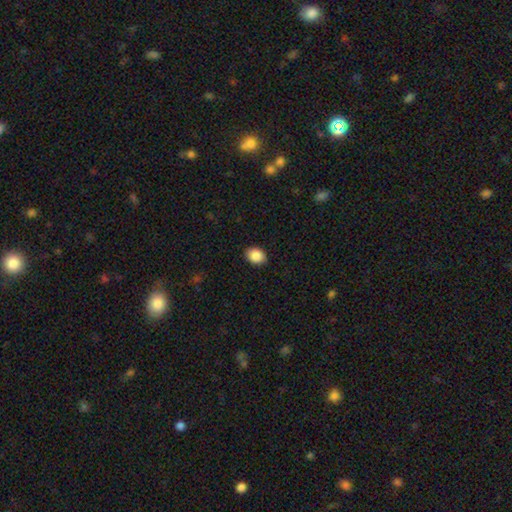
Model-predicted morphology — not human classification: smooth-or-featured: smooth: 88% | star or artifact: 8% | featured or disk: 4%
  how-rounded: in between: 68% | round: 32% | cigar-shaped: 1%
  merging: none: 89% | minor disturbance: 8% | major disturbance: 2% | merger: 1%